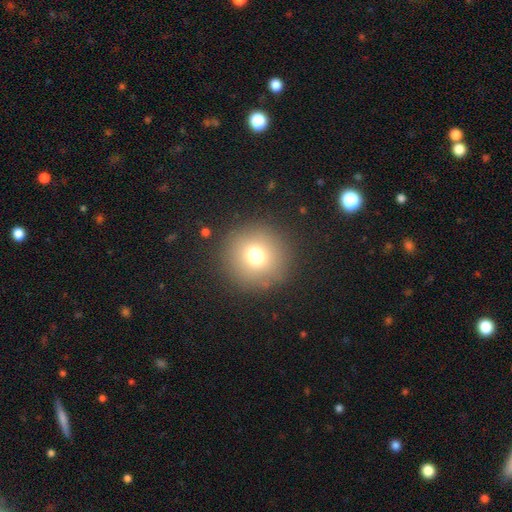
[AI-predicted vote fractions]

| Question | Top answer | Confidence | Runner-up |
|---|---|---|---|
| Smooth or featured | smooth | 72% | star or artifact (17%) |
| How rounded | round | 94% | in between (5%) |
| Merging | none | 88% | minor disturbance (6%) |